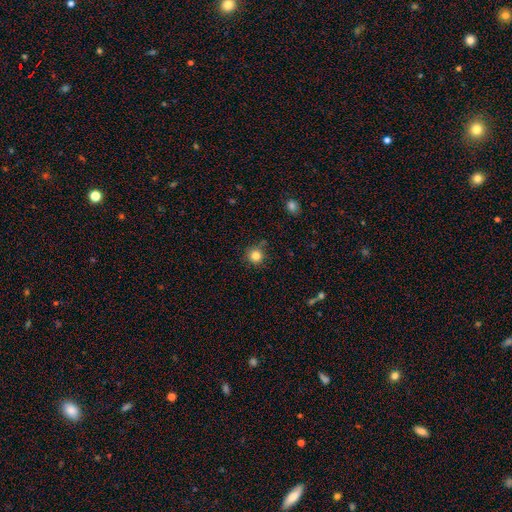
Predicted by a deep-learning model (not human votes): Smooth or featured: smooth — 83% (star or artifact — 12%)
How rounded: round — 94% (in between — 5%)
Merging: none — 83% (minor disturbance — 11%)